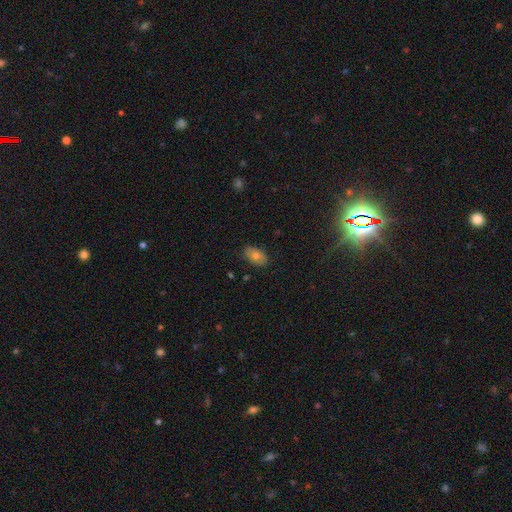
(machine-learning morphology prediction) This appears to be a smooth galaxy with no disk features (71%) that is in between round and cigar-shaped (91%). Merging: none (83%).